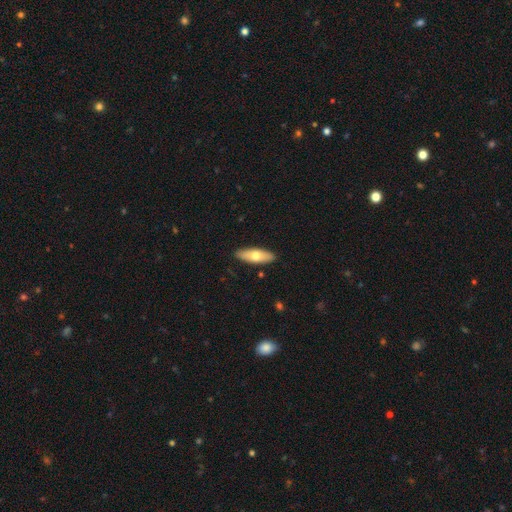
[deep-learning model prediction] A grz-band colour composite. It shows a smooth galaxy with no disk features (64%) that is in between round and cigar-shaped (60%). Merging: none (89%).